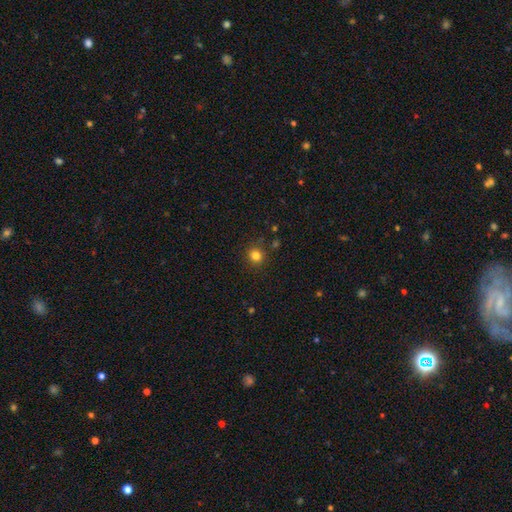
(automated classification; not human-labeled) The model was most divided on "smooth or featured": smooth: 81%, star or artifact: 14%, featured or disk: 5%. More confident: how rounded — round (90%); merging — none (89%).